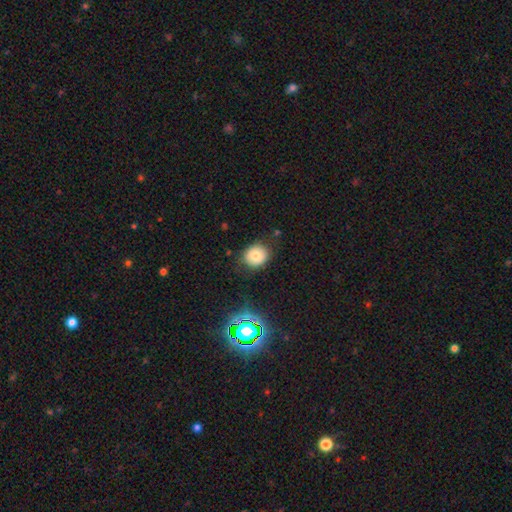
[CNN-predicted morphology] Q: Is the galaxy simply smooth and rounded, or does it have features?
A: smooth — 76%.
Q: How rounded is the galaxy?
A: round — 75%.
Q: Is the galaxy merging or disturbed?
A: none — 80%.